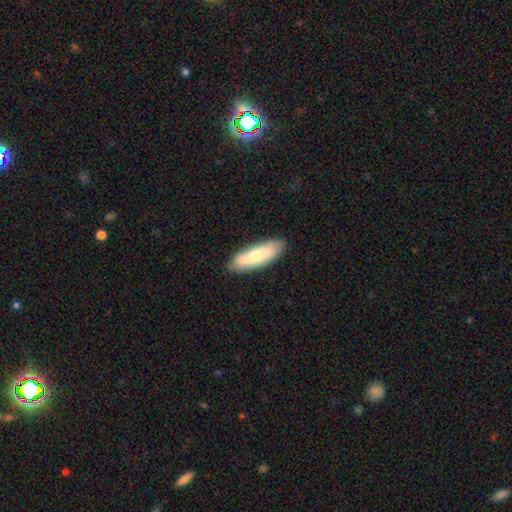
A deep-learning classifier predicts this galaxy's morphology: Smooth or featured? smooth (60%)
How rounded? in between (53%)
Merging? none (85%)